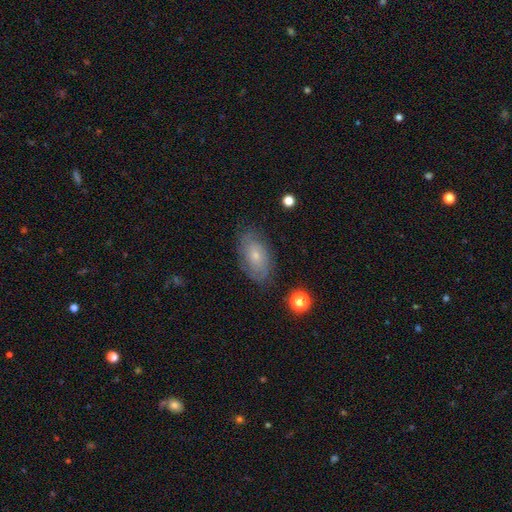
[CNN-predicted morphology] This appears to be a featured or disk galaxy (55%) with no bar (79%), spiral arms (80%) and a small central bulge (70%). Merging: none (77%).